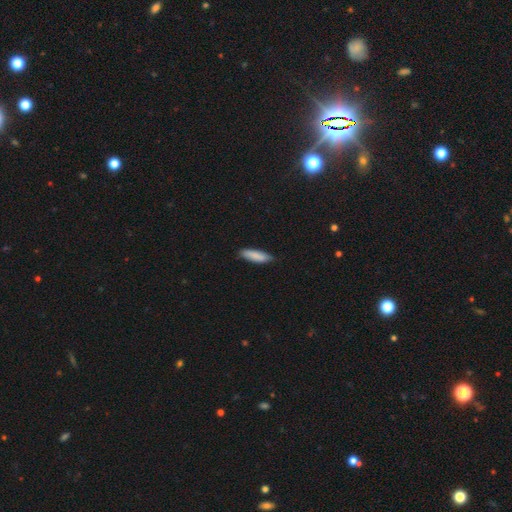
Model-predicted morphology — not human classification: Smooth or featured?
  - smooth: 86% *
  - featured or disk: 8%
  - star or artifact: 6%
How rounded?
  - cigar-shaped: 57% *
  - in between: 42%
  - round: 1%
Merging?
  - none: 82% *
  - minor disturbance: 15%
  - major disturbance: 2%
  - merger: 1%